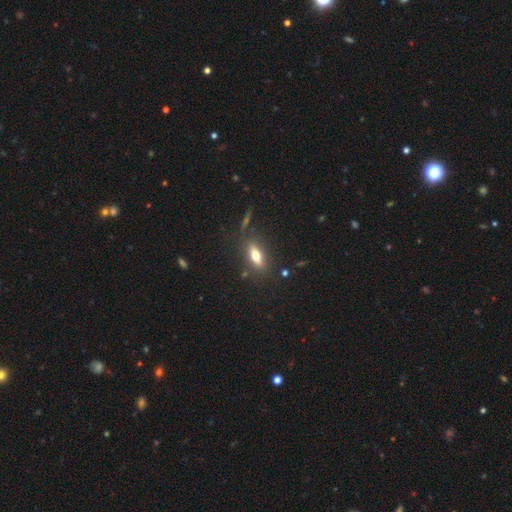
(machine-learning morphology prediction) Q: Smooth or featured?
A: smooth (63%); runner-up: featured or disk (27%)
Q: How rounded?
A: in between (66%); runner-up: cigar-shaped (29%)
Q: Merging?
A: none (81%); runner-up: minor disturbance (11%)